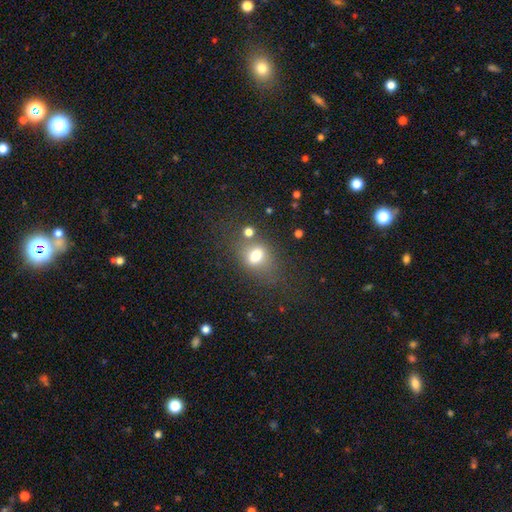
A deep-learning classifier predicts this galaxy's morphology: This is likely a smooth galaxy (72%). How rounded: likely in between (65%). Merging: possibly none (57%).